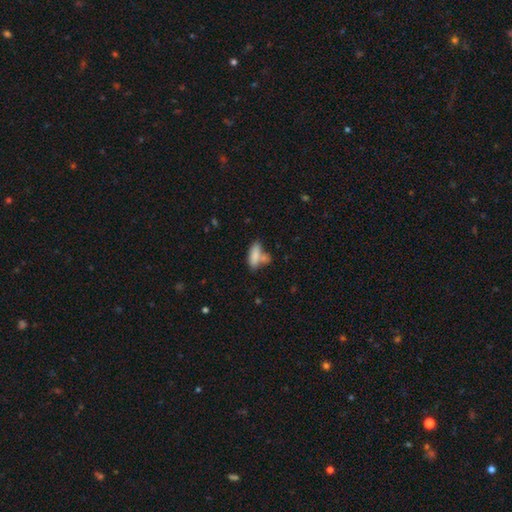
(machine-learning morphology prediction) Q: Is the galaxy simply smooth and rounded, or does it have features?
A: smooth — 80%.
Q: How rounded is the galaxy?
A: in between — 71%.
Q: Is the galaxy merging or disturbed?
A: none — 43%.